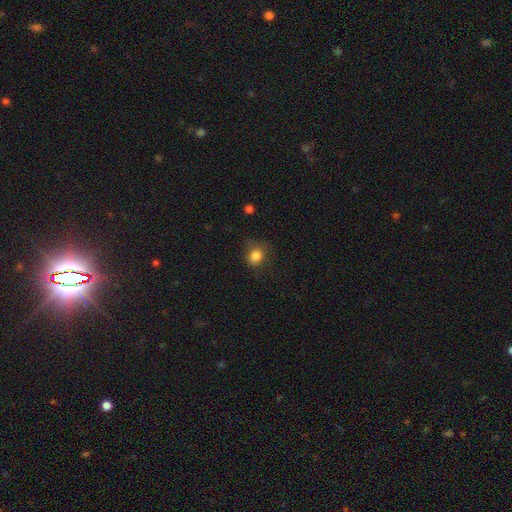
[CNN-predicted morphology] type=smooth (83%); roundness=round (69%); merging=none (66%).